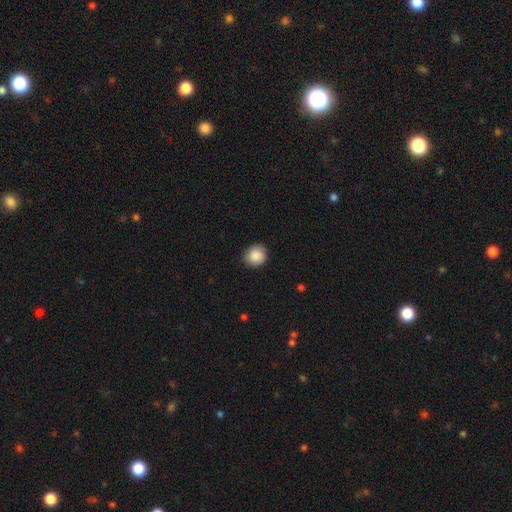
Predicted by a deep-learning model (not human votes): smooth_or_featured: smooth (p=0.87) [alt: star or artifact p=0.07]
how_rounded: round (p=0.77) [alt: in between p=0.22]
merging: none (p=0.86) [alt: minor disturbance p=0.11]